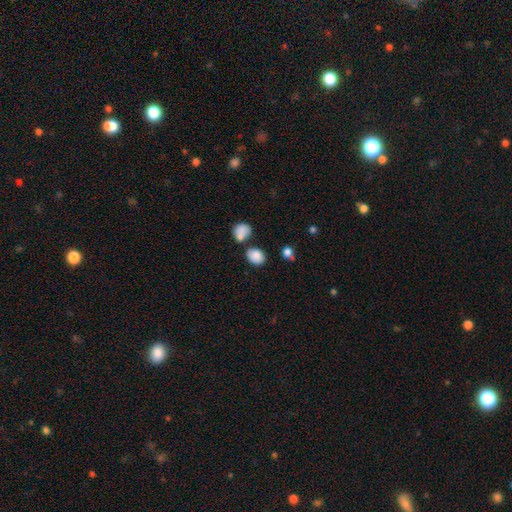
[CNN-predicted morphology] Smooth or featured? smooth (85%)
How rounded? in between (62%)
Merging? none (67%)